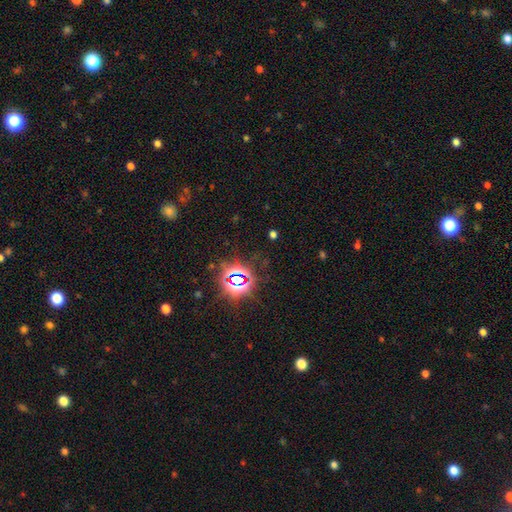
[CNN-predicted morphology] Smooth or featured? Predicted: star or artifact (p=0.80).